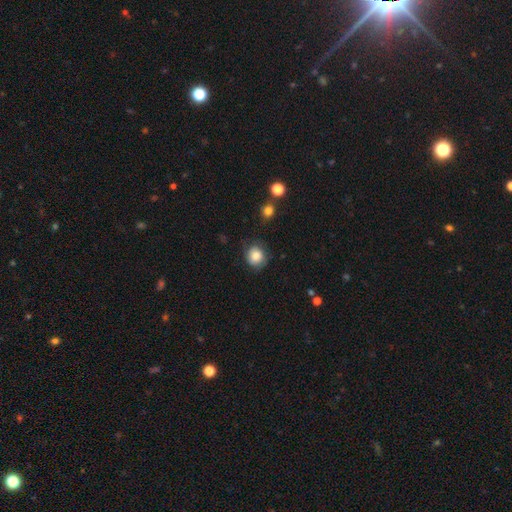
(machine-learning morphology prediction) Smooth or featured: smooth — 81% (featured or disk — 11%)
How rounded: round — 78% (in between — 21%)
Merging: none — 74% (minor disturbance — 19%)